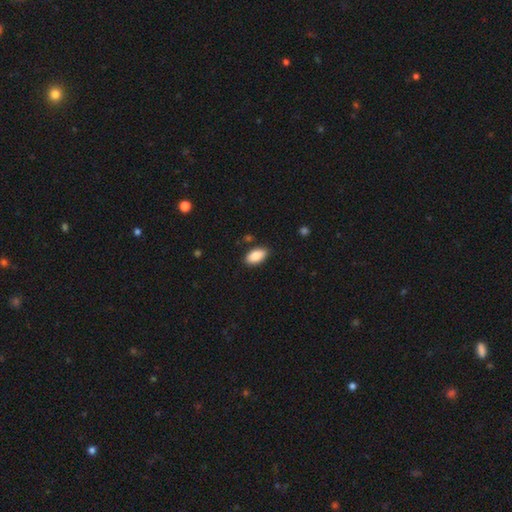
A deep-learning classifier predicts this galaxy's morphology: Smooth or featured? smooth (85%)
How rounded? in between (93%)
Merging? none (86%)